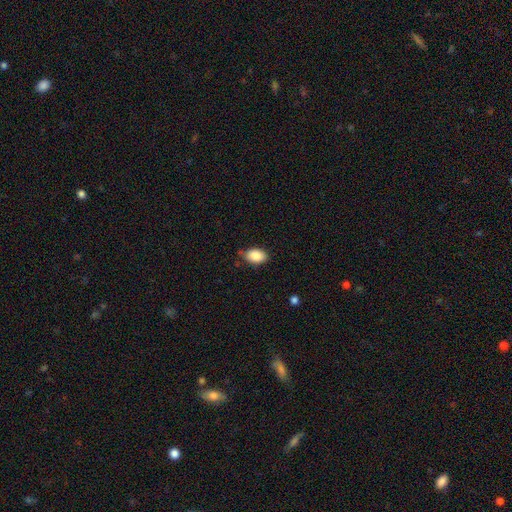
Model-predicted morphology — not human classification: Smooth or featured? smooth (88%)
How rounded? in between (89%)
Merging? none (74%)